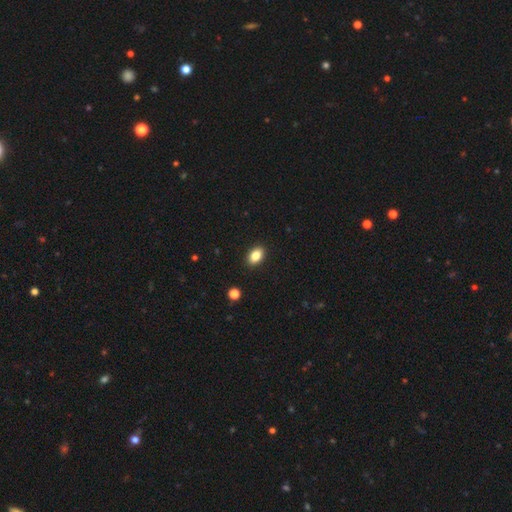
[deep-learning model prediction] Overall: smooth (85%). How rounded: in between (85%). Merging: none (90%).